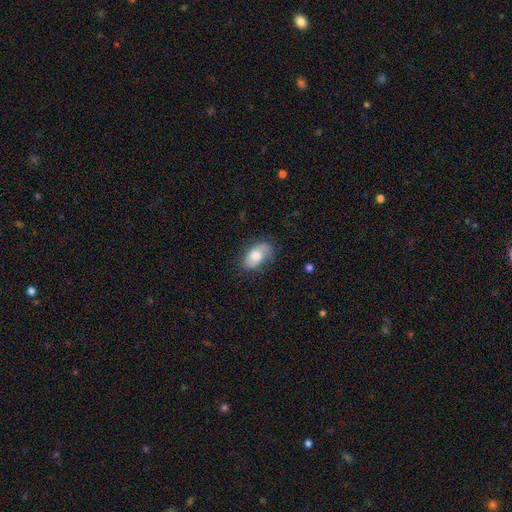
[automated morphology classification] Smooth or featured? smooth (72%)
How rounded? in between (92%)
Merging? none (66%)